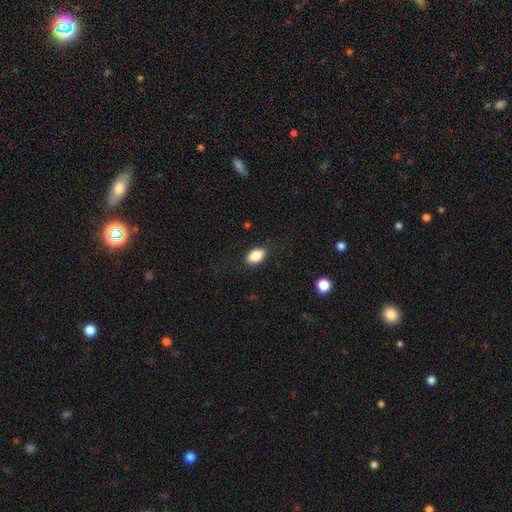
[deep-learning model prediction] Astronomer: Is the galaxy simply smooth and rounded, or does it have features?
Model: smooth — 85%.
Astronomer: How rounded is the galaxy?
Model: in between — 90%.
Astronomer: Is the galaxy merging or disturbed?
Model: none — 86%.